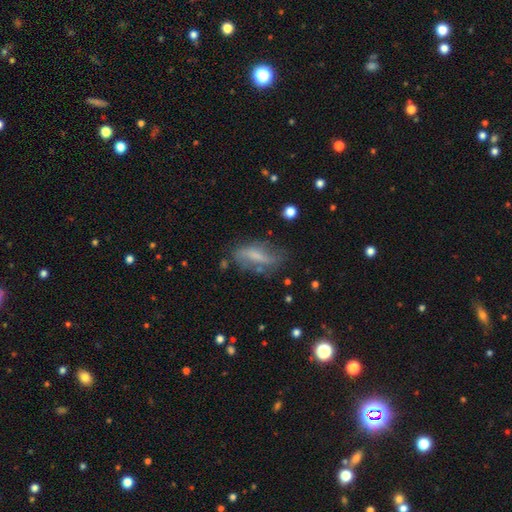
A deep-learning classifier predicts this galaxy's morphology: smooth_or_featured: smooth (p=0.49) [alt: featured or disk p=0.41]
merging: none (p=0.57) [alt: minor disturbance p=0.26]